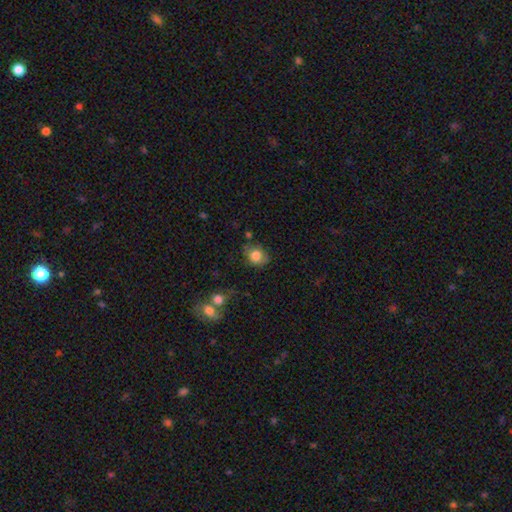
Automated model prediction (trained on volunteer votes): Q: Smooth or featured?
A: smooth (80%); runner-up: featured or disk (11%)
Q: How rounded?
A: round (56%); runner-up: in between (43%)
Q: Merging?
A: none (62%); runner-up: minor disturbance (25%)